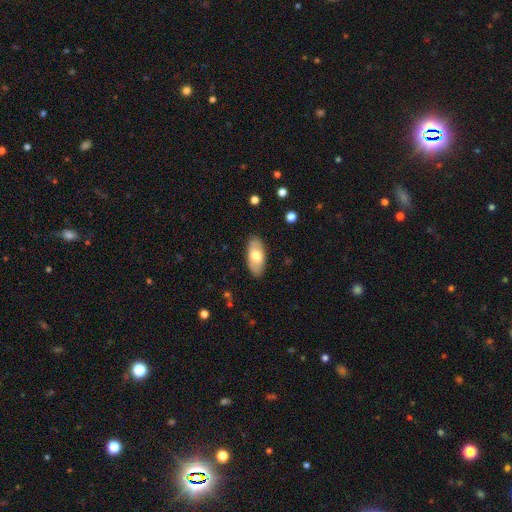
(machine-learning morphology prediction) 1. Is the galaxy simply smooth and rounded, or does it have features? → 65% smooth, 30% featured or disk, 6% star or artifact.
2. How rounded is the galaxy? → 91% in between, 6% cigar-shaped, 3% round.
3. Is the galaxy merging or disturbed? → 87% none, 10% minor disturbance, 2% major disturbance, 1% merger.